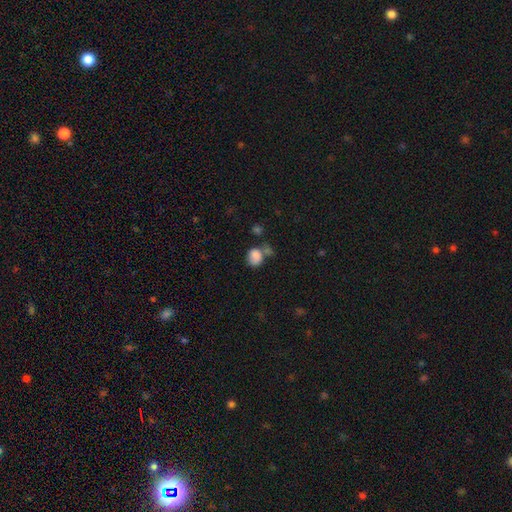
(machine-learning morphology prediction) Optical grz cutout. It shows a smooth galaxy with no disk features (82%) that is round (51%). Merging: none (41%).